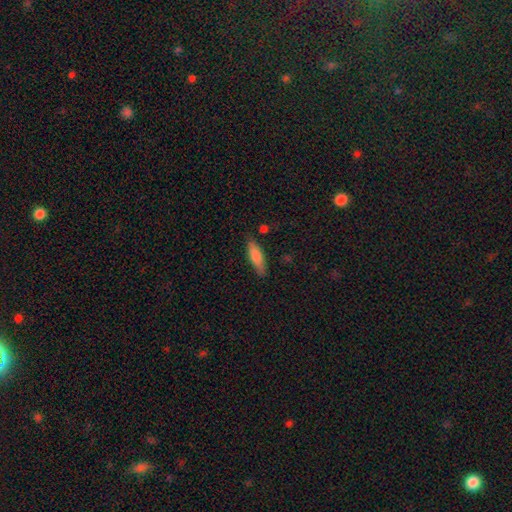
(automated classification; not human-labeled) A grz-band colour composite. It shows a smooth galaxy with no disk features (75%) that is cigar-shaped (57%). Merging: none (82%).